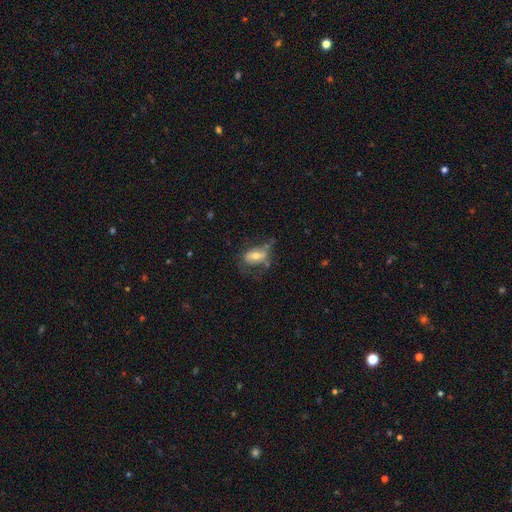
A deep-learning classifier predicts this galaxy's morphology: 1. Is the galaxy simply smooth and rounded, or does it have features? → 48% smooth, 43% featured or disk, 9% star or artifact.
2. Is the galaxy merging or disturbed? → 39% none, 28% major disturbance, 27% minor disturbance, 5% merger.